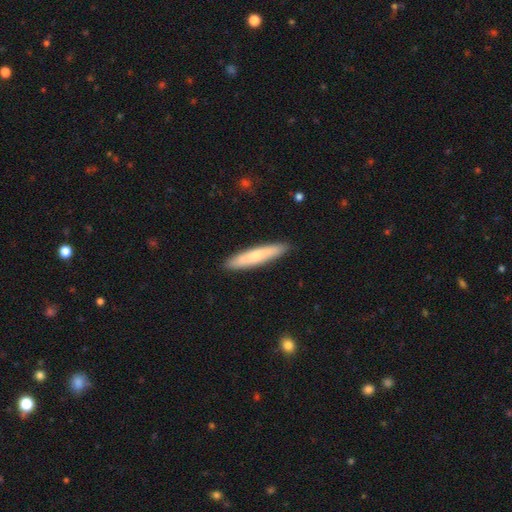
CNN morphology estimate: A smooth galaxy with no disk features (67%) that is cigar-shaped (90%).

Vote fractions:
- Smooth or featured? smooth: 67% / featured or disk: 27% / star or artifact: 5%
- How rounded? cigar-shaped: 90% / in between: 8% / round: 1%
- Merging? none: 90% / minor disturbance: 7% / major disturbance: 1% / merger: 1%